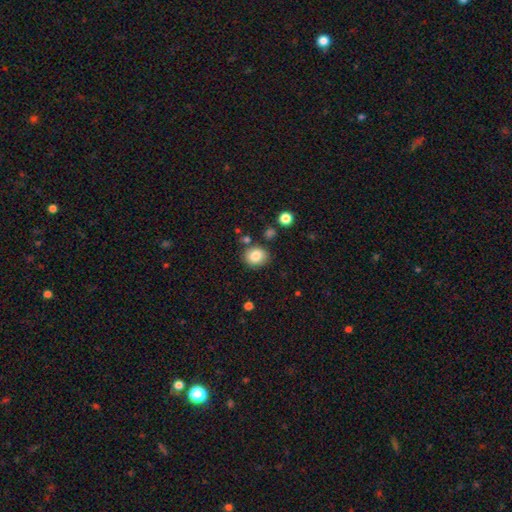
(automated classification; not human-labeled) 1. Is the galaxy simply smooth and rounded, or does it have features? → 84% smooth, 10% star or artifact, 7% featured or disk.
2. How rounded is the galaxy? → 74% round, 25% in between, 1% cigar-shaped.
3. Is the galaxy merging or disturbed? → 80% none, 11% minor disturbance, 6% merger, 3% major disturbance.